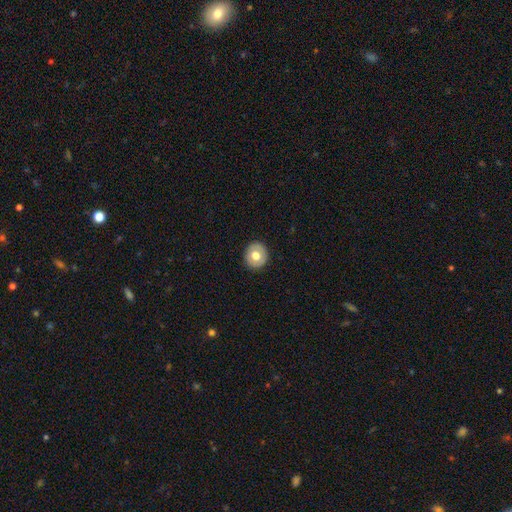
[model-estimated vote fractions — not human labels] A smooth galaxy with no disk features (63%) that is round (86%). Merging: none (90%).